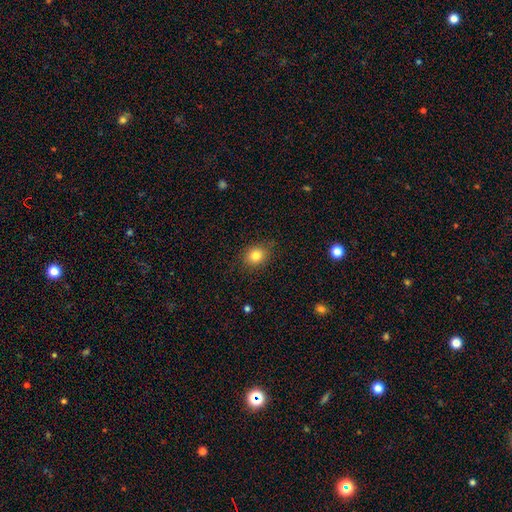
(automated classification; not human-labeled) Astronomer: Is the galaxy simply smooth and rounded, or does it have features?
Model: smooth — 82%.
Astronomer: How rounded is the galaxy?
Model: round — 68%.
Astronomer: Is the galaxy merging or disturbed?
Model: none — 82%.